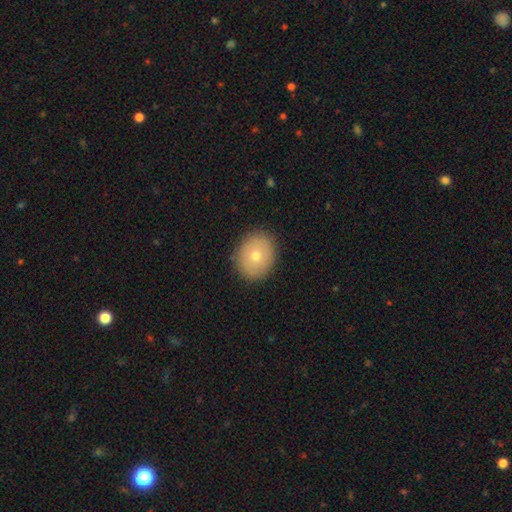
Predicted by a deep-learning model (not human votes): A smooth galaxy with no disk features (68%) that is round (54%). Merging: none (88%).